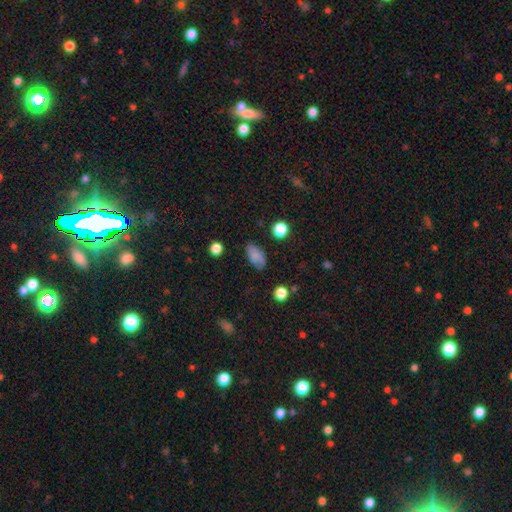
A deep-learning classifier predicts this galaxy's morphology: This is clearly a smooth galaxy (80%). How rounded: clearly in between (91%). Merging: likely none (76%).